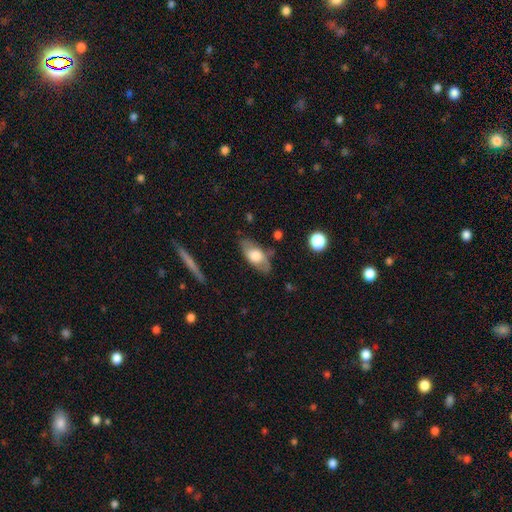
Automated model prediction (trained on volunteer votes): Morphology: type=smooth (57%); roundness=in between (86%); merging=none (73%).